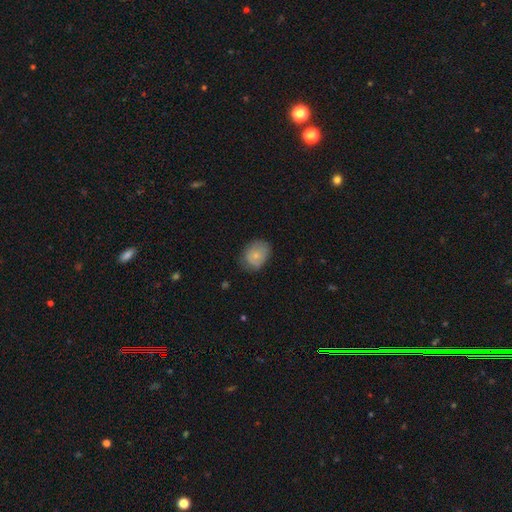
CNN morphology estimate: Smooth or featured? Predicted: smooth (p=0.74). How rounded? Predicted: in between (p=0.55). Merging? Predicted: none (p=0.62).